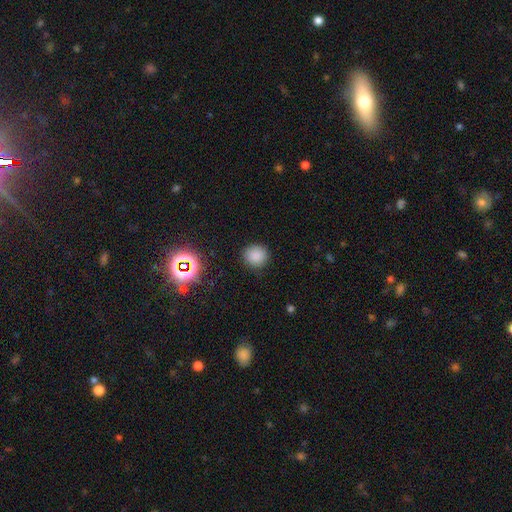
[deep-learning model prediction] Smooth or featured: smooth — 81% (star or artifact — 15%)
How rounded: round — 89% (in between — 10%)
Merging: none — 88% (minor disturbance — 8%)